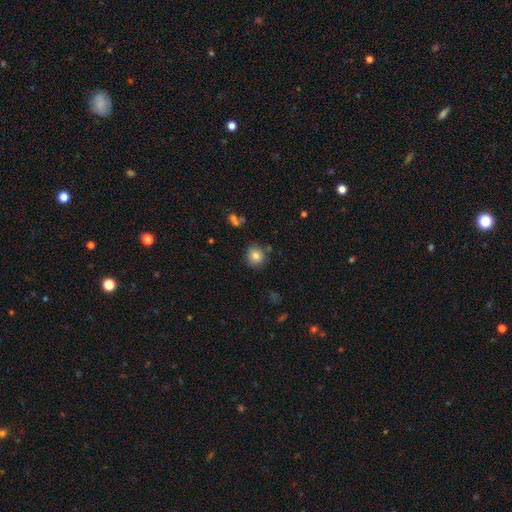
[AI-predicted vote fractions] Smooth or featured?
  - smooth: 82% *
  - star or artifact: 10%
  - featured or disk: 8%
How rounded?
  - round: 89% *
  - in between: 11%
  - cigar-shaped: 1%
Merging?
  - none: 84% *
  - minor disturbance: 10%
  - merger: 4%
  - major disturbance: 3%